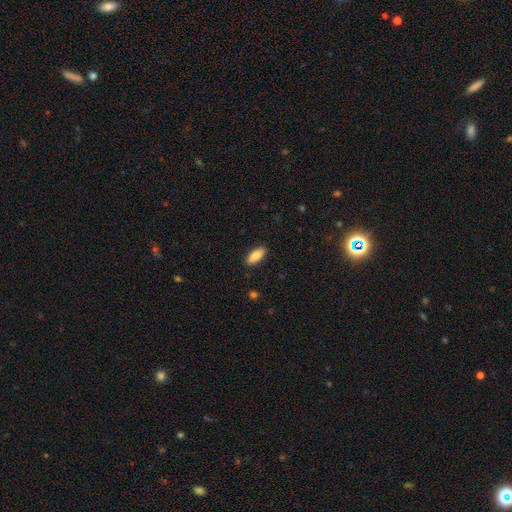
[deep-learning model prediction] Overall: smooth (85%). How rounded: in between (80%). Merging: none (89%).